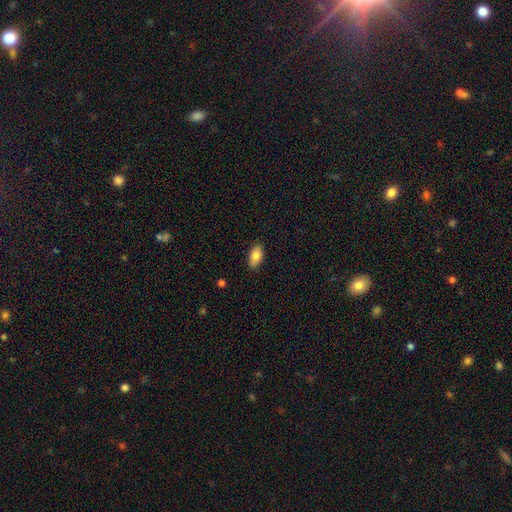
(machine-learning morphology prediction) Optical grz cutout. It shows a smooth galaxy with no disk features (82%) that is in between round and cigar-shaped (92%). Merging: none (88%).